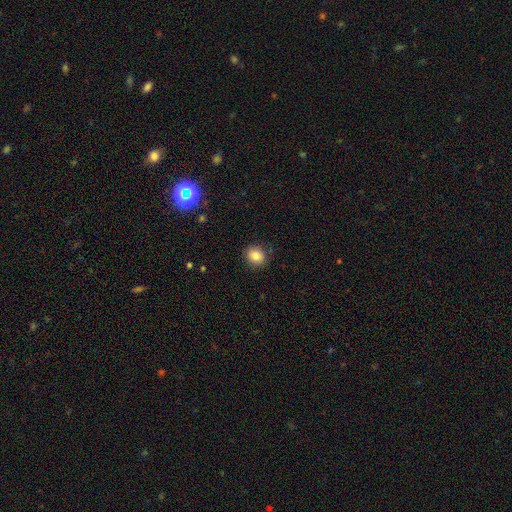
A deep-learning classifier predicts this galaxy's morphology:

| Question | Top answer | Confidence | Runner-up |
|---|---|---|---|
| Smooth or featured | smooth | 84% | star or artifact (10%) |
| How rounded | round | 72% | in between (27%) |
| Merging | none | 88% | minor disturbance (9%) |